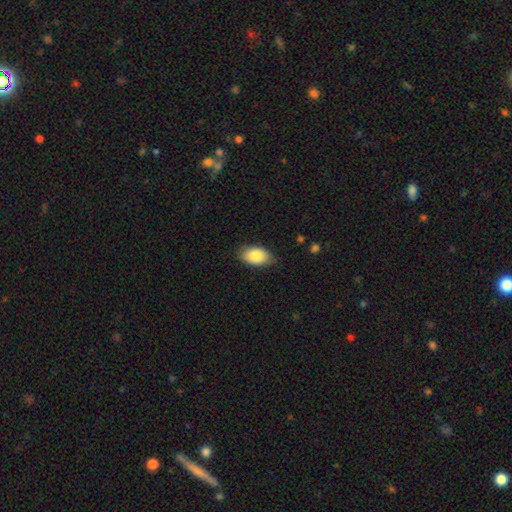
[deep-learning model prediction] Smooth or featured? smooth (84%)
How rounded? in between (93%)
Merging? none (83%)